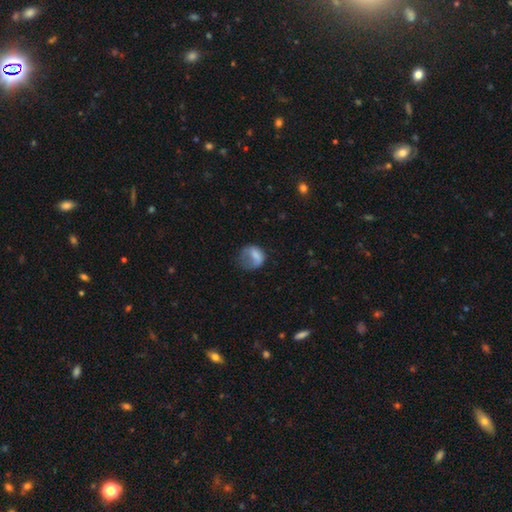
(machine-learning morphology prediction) A smooth galaxy with no disk features (68%) that is round (57%).

Vote fractions:
- Smooth or featured? smooth: 68% / featured or disk: 23% / star or artifact: 9%
- How rounded? round: 57% / in between: 42% / cigar-shaped: 1%
- Merging? major disturbance: 41% / none: 31% / minor disturbance: 26% / merger: 2%